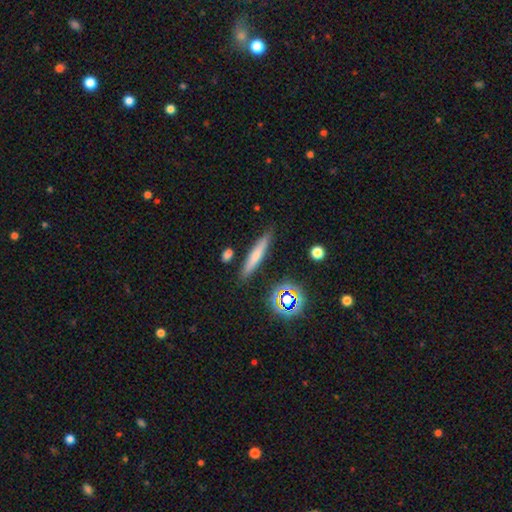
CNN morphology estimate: type=smooth (59%); roundness=cigar-shaped (89%); merging=none (86%).